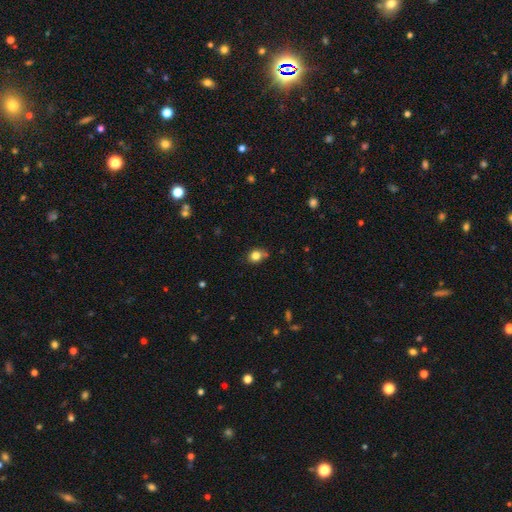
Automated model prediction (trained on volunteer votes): The model was most divided on "how rounded": round: 68%, in between: 31%, cigar-shaped: 1%. More confident: smooth or featured — smooth (81%); merging — none (65%).